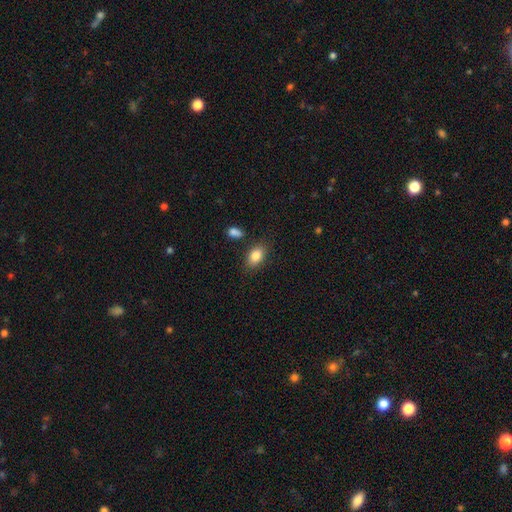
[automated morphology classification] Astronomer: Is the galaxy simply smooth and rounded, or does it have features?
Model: smooth — 85%.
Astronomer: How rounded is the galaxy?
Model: in between — 86%.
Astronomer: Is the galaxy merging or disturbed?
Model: none — 80%.